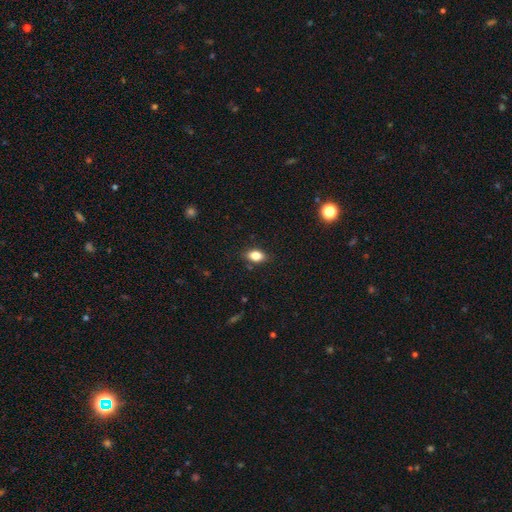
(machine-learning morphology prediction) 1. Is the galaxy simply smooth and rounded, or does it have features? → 82% smooth, 9% star or artifact, 8% featured or disk.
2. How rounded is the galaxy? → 85% in between, 12% round, 3% cigar-shaped.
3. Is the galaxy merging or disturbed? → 86% none, 11% minor disturbance, 2% major disturbance, 1% merger.